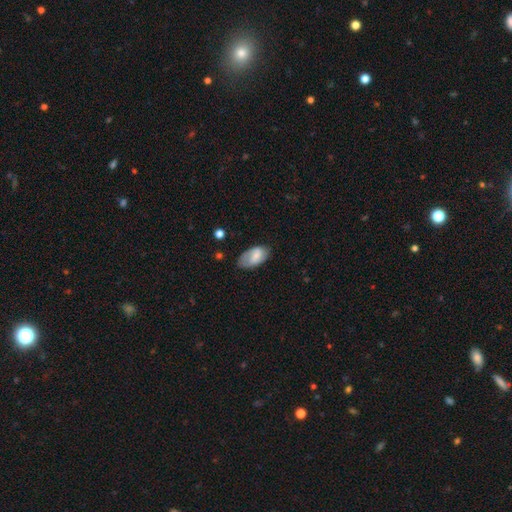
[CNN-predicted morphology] smooth-or-featured: smooth: 65% | featured or disk: 29% | star or artifact: 7%
  how-rounded: in between: 94% | round: 4% | cigar-shaped: 2%
  merging: none: 63% | minor disturbance: 27% | major disturbance: 8% | merger: 2%